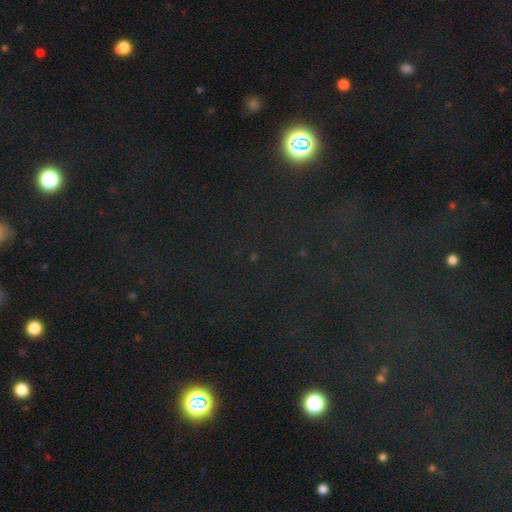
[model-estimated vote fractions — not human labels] smooth_or_featured: star or artifact (p=0.72) [alt: smooth p=0.19]